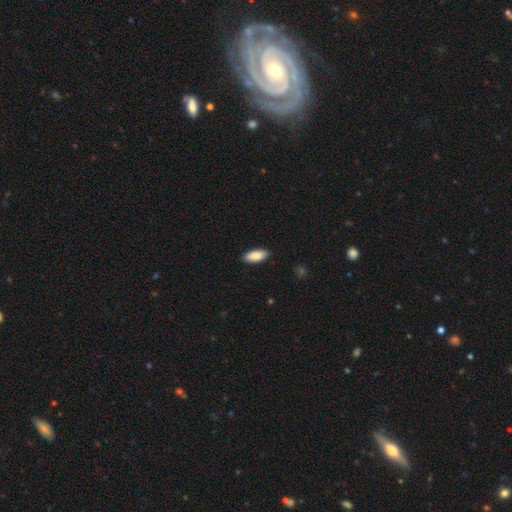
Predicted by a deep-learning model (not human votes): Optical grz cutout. It shows a smooth galaxy with no disk features (89%) that is in between round and cigar-shaped (84%). Merging: none (89%).